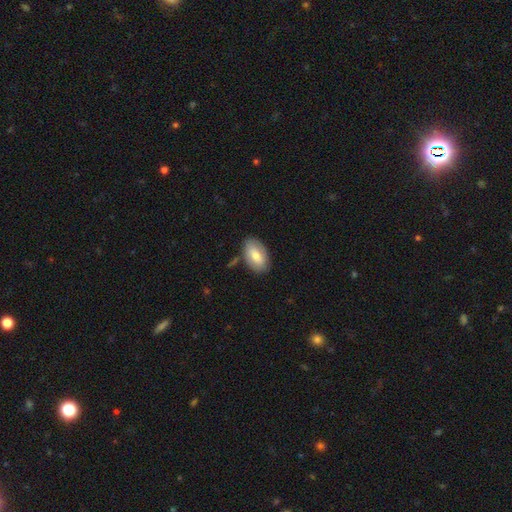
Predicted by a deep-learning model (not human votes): Smooth or featured? Predicted: smooth (p=0.74). How rounded? Predicted: in between (p=0.93). Merging? Predicted: none (p=0.79).